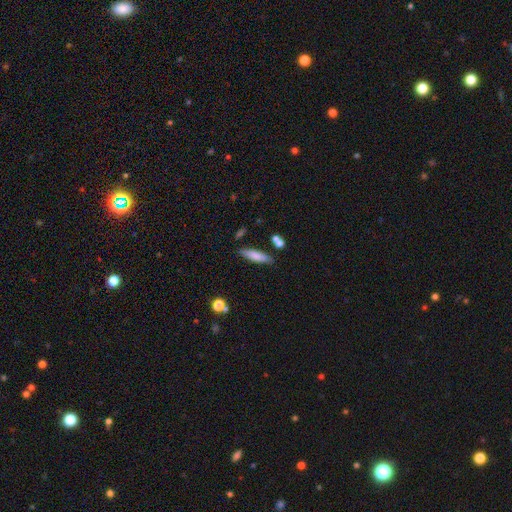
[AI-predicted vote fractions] Q: Smooth or featured?
A: smooth (75%); runner-up: featured or disk (18%)
Q: How rounded?
A: cigar-shaped (72%); runner-up: in between (26%)
Q: Merging?
A: none (80%); runner-up: minor disturbance (11%)